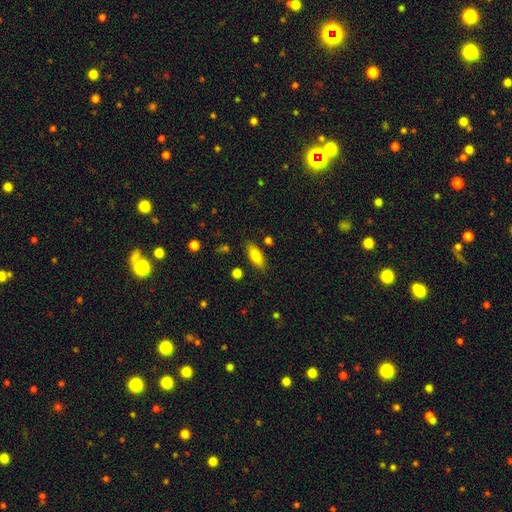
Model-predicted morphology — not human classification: This is likely a smooth galaxy (80%). How rounded: likely in between (74%). Merging: clearly none (83%).